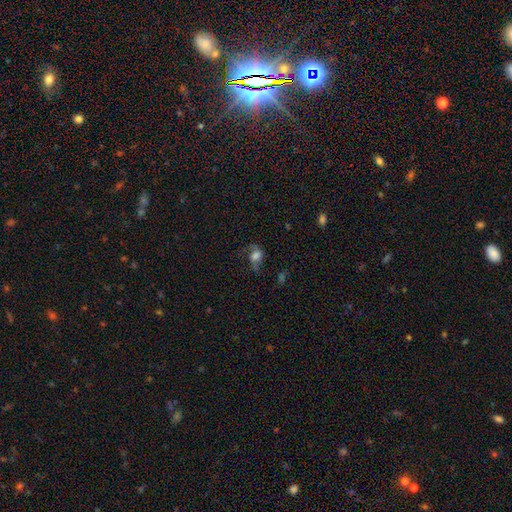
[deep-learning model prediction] This is possibly a smooth galaxy (48%). Merging: marginally none (41%).